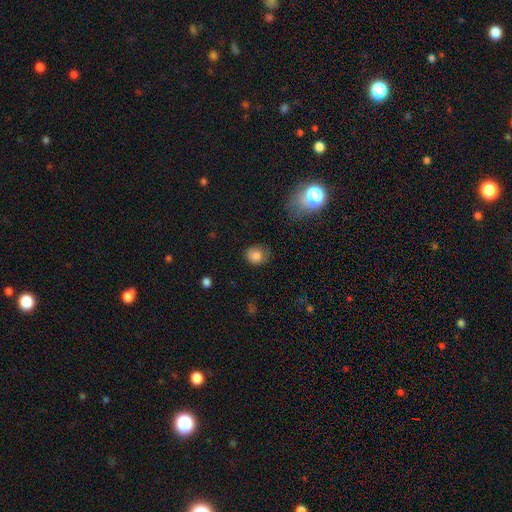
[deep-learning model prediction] This is clearly a smooth galaxy (82%). How rounded: likely round (70%). Merging: likely none (67%).